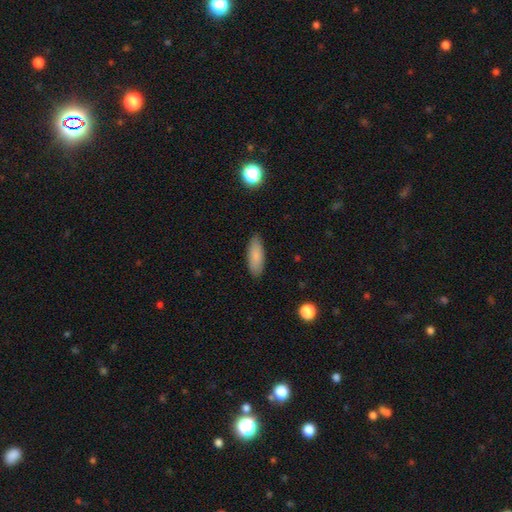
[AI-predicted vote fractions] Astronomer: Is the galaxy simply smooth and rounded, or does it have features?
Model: smooth — 86%.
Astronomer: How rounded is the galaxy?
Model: in between — 73%.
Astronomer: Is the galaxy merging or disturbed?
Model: none — 87%.